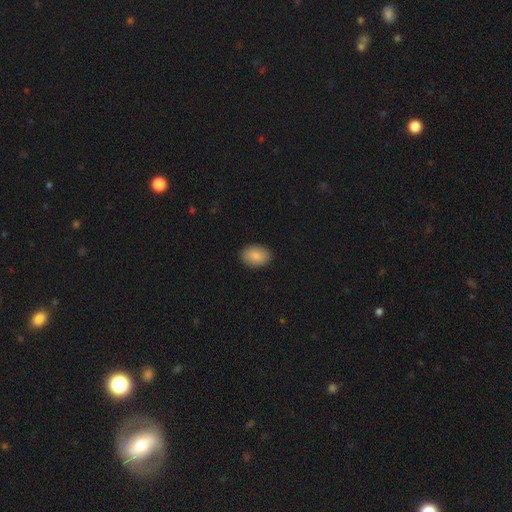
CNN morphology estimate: Smooth or featured: smooth — 86% (star or artifact — 7%)
How rounded: in between — 83% (round — 16%)
Merging: none — 90% (minor disturbance — 7%)